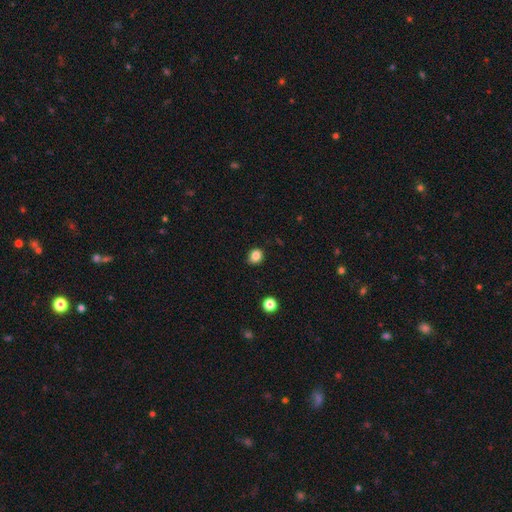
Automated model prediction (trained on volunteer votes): smooth-or-featured: smooth: 84% | star or artifact: 12% | featured or disk: 4%
  how-rounded: round: 69% | in between: 30% | cigar-shaped: 1%
  merging: none: 85% | minor disturbance: 11% | major disturbance: 2% | merger: 1%